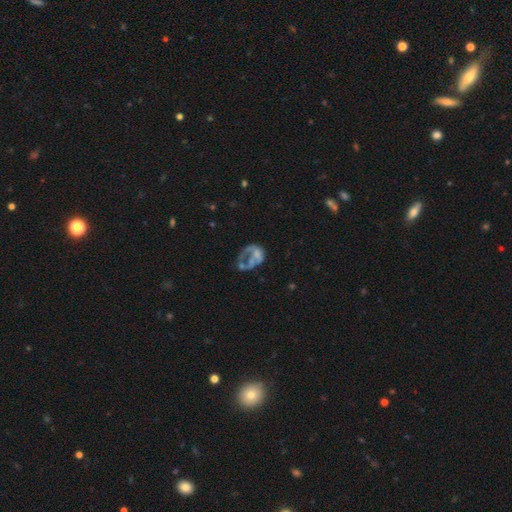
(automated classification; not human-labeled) Smooth or featured?
  - featured or disk: 57% *
  - smooth: 31%
  - star or artifact: 12%
Edge-on disk?
  - no: 98% *
  - yes: 2%
Bar?
  - no: 88% *
  - weak: 9%
  - strong: 3%
Spiral arms?
  - no: 82% *
  - yes: 18%
Bulge size?
  - none: 67% *
  - small: 13%
  - moderate: 13%
  - large: 4%
  - dominant: 2%
Merging?
  - major disturbance: 46% *
  - none: 26%
  - minor disturbance: 15%
  - merger: 13%